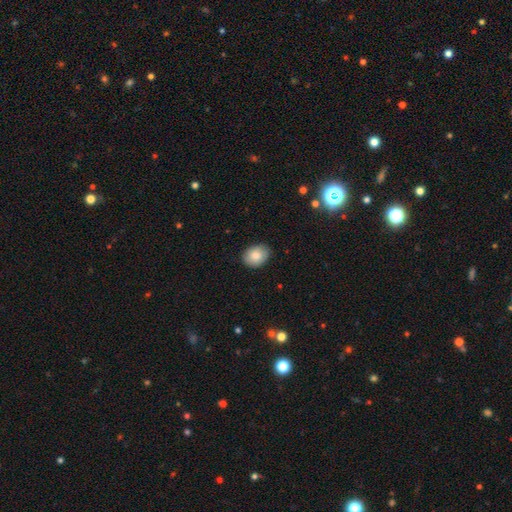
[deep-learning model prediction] Smooth or featured? Predicted: smooth (p=0.84). How rounded? Predicted: in between (p=0.62). Merging? Predicted: none (p=0.84).